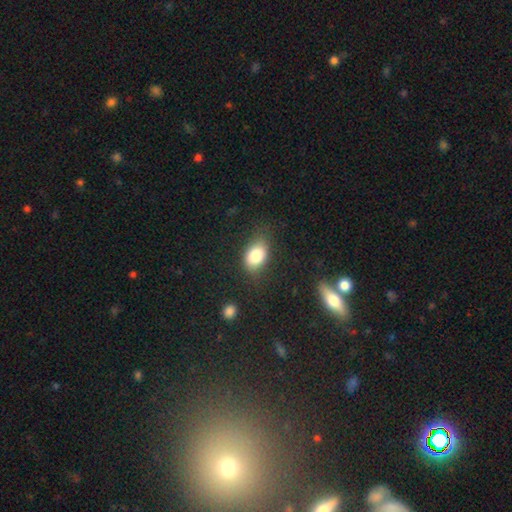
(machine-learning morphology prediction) A smooth galaxy with no disk features (83%) that is in between round and cigar-shaped (82%).

Vote fractions:
- Smooth or featured? smooth: 83% / featured or disk: 9% / star or artifact: 8%
- How rounded? in between: 82% / round: 16% / cigar-shaped: 2%
- Merging? none: 71% / minor disturbance: 20% / major disturbance: 7% / merger: 2%